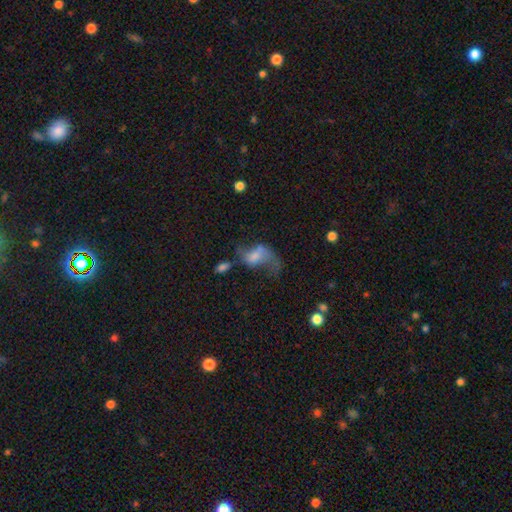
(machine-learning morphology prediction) type=featured or disk (54%); edge-on=no (96%); bar=no (54%); spiral arms=yes (68%); bulge=moderate (31%); merging=major disturbance (44%).